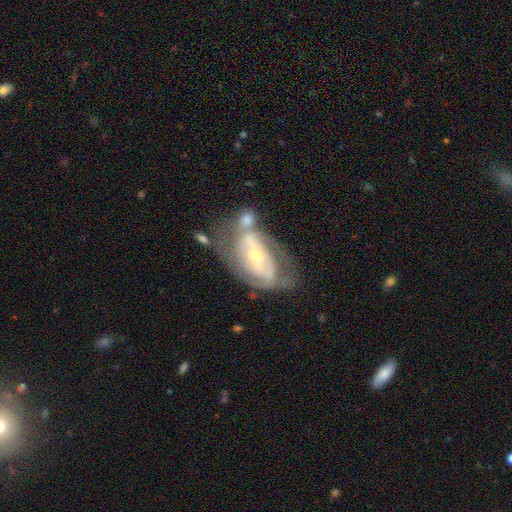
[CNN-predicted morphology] This is likely a featured or disk galaxy (76%). It is clearly not viewed edge-on (93%). Bar: marginally weak (37%). Spiral arm pattern: likely yes (75%). Spiral arm count: possibly 2 (47%). Spiral winding: possibly tight (51%). Central bulge: possibly small (51%). Merging: marginally none (37%).